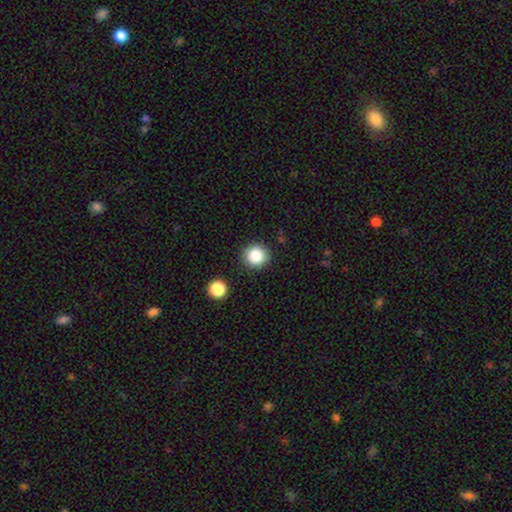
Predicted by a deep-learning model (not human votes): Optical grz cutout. It shows a smooth galaxy with no disk features (85%) that is round (94%). Merging: none (89%).